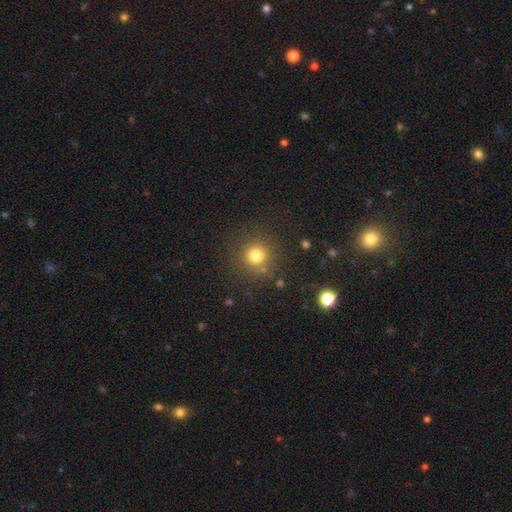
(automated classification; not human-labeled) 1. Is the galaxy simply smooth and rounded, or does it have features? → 77% smooth, 15% star or artifact, 7% featured or disk.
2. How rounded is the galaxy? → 93% round, 6% in between, 1% cigar-shaped.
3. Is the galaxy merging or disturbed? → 82% none, 9% minor disturbance, 4% merger, 4% major disturbance.